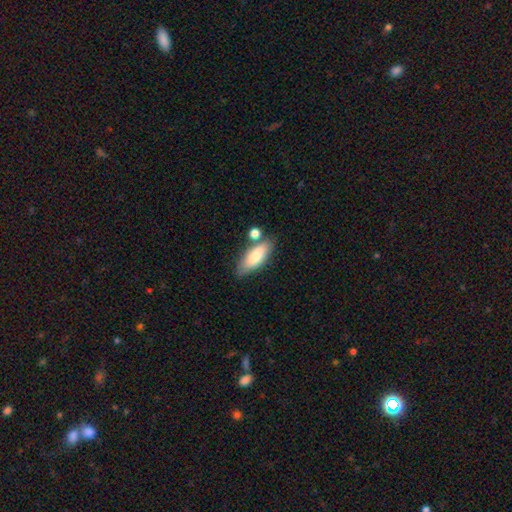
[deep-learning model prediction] Smooth or featured: smooth — 78% (featured or disk — 16%)
How rounded: in between — 71% (cigar-shaped — 26%)
Merging: none — 66% (merger — 16%)